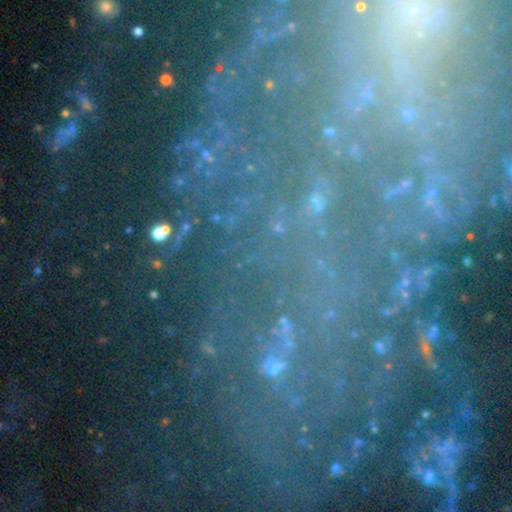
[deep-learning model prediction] smooth_or_featured: star or artifact (p=0.58) [alt: featured or disk p=0.25]